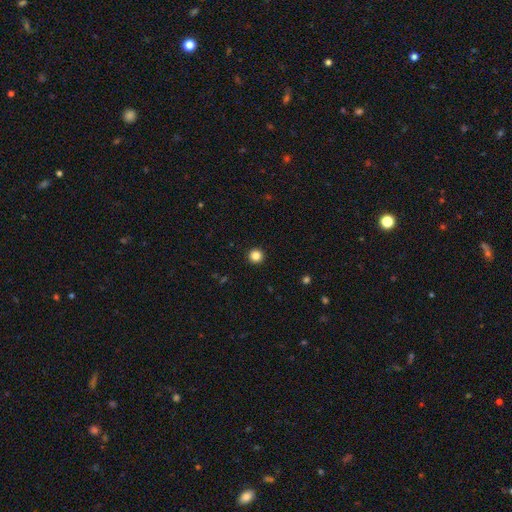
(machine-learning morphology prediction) A smooth galaxy with no disk features (85%) that is round (96%).

Vote fractions:
- Smooth or featured? smooth: 85% / star or artifact: 12% / featured or disk: 4%
- How rounded? round: 96% / in between: 3% / cigar-shaped: 1%
- Merging? none: 94% / minor disturbance: 4% / major disturbance: 1% / merger: 1%